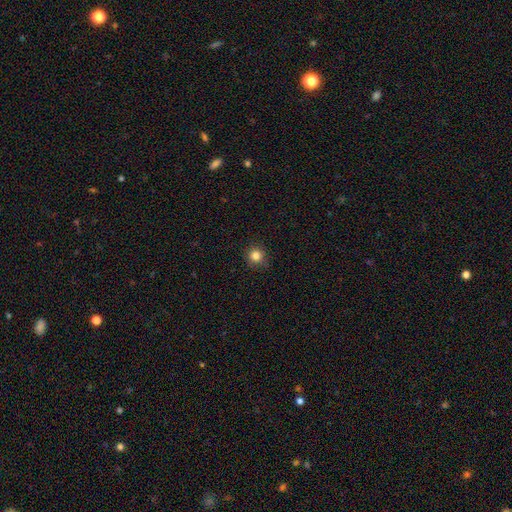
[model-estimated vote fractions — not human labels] A smooth galaxy with no disk features (83%) that is round (94%).

Vote fractions:
- Smooth or featured? smooth: 83% / star or artifact: 12% / featured or disk: 5%
- How rounded? round: 94% / in between: 5% / cigar-shaped: 1%
- Merging? none: 89% / minor disturbance: 8% / major disturbance: 2% / merger: 1%